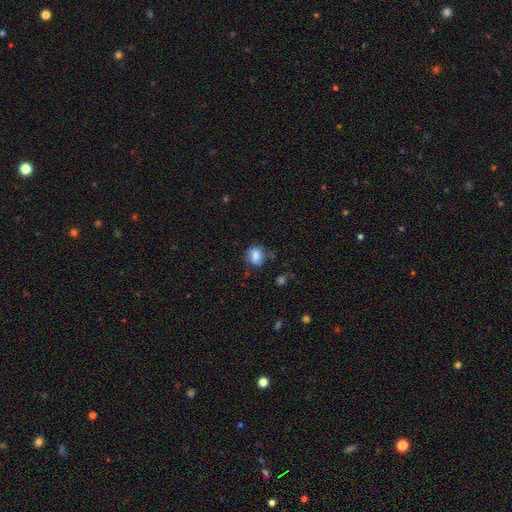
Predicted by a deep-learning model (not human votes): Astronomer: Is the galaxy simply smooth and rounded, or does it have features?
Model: smooth — 77%.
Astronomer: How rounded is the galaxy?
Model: in between — 50% (runner-up: round, 49%).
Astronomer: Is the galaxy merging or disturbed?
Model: none — 60%.